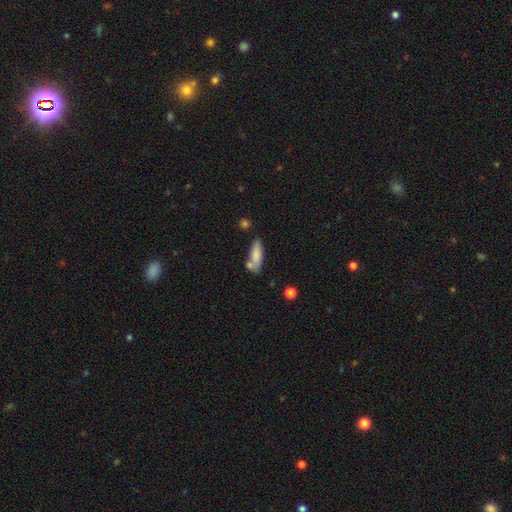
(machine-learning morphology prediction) Smooth or featured: smooth — 79% (featured or disk — 14%)
How rounded: in between — 59% (cigar-shaped — 39%)
Merging: none — 54% (merger — 22%)